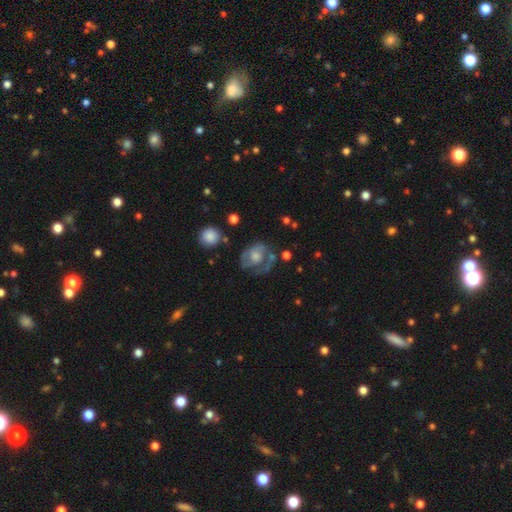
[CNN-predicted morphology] featured or disk 64%, smooth 29%, star or artifact 7%. Down the decision tree: edge-on disk — no (97%); bar — no (75%); spiral arms — yes (68%); bulge size — moderate (48%); merging — none (43%).